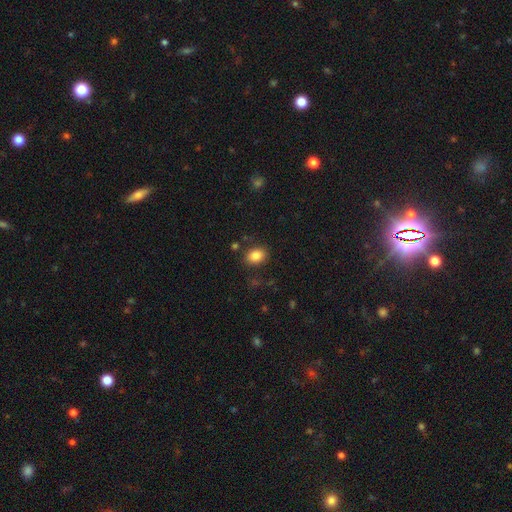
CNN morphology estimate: Q: Smooth or featured?
A: smooth (84%); runner-up: star or artifact (9%)
Q: How rounded?
A: in between (72%); runner-up: round (27%)
Q: Merging?
A: none (82%); runner-up: minor disturbance (11%)